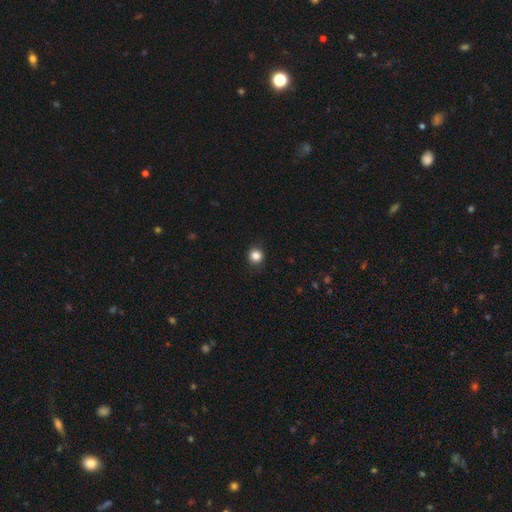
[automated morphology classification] The model was most divided on "smooth or featured": smooth: 86%, star or artifact: 11%, featured or disk: 3%. More confident: merging — none (88%); how rounded — round (88%).